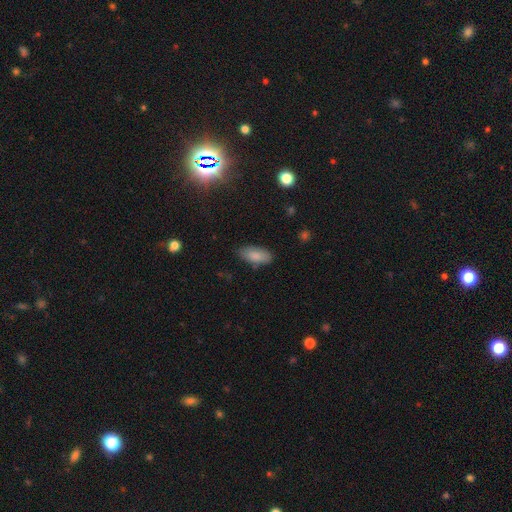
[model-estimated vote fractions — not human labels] Smooth or featured? Predicted: smooth (p=0.86). How rounded? Predicted: in between (p=0.88). Merging? Predicted: none (p=0.81).